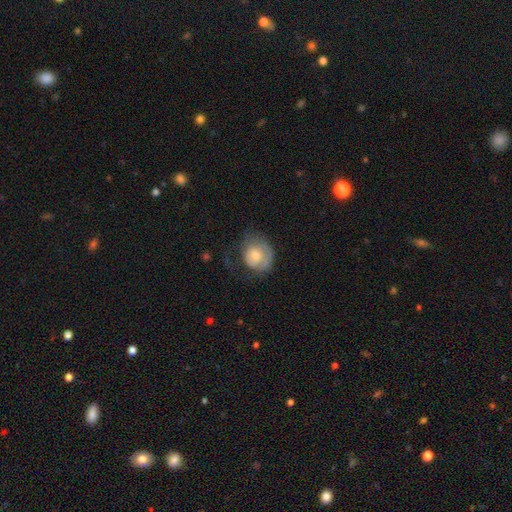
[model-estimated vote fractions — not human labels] smooth-or-featured: smooth: 55% | featured or disk: 38% | star or artifact: 7%
  how-rounded: round: 67% | in between: 32% | cigar-shaped: 1%
  merging: none: 40% | major disturbance: 30% | minor disturbance: 28% | merger: 2%